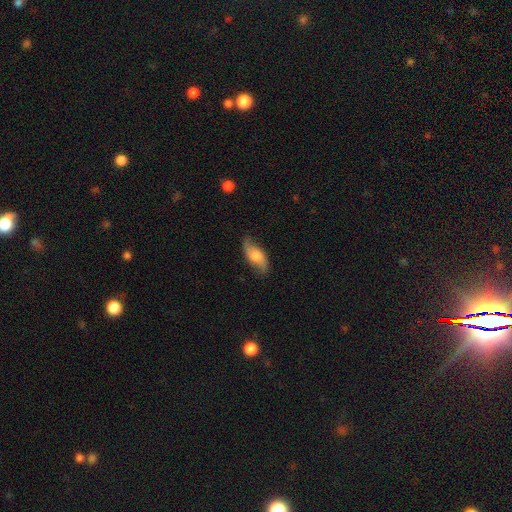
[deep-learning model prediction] smooth-or-featured: featured or disk: 49% | smooth: 44% | star or artifact: 7%
  merging: none: 73% | minor disturbance: 21% | major disturbance: 5% | merger: 1%